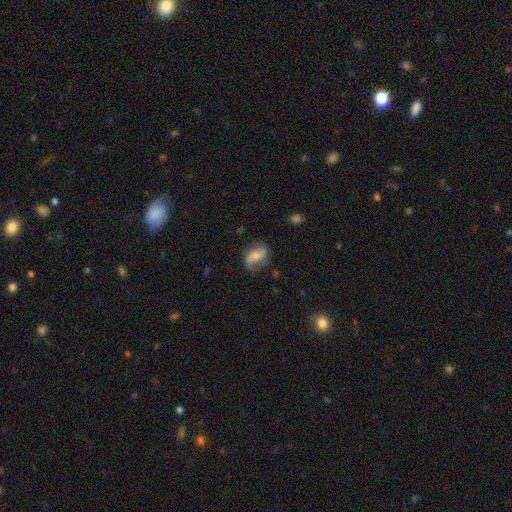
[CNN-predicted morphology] This is possibly a featured or disk galaxy (53%). It is clearly not viewed edge-on (94%). Merging: likely none (65%).